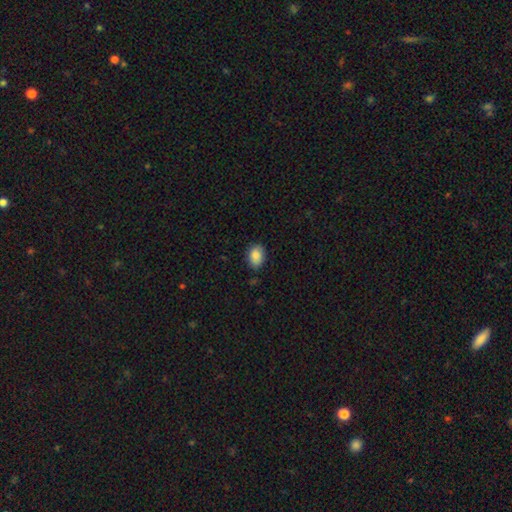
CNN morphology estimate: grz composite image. It shows a smooth galaxy with no disk features (88%) that is in between round and cigar-shaped (80%). Merging: none (83%).